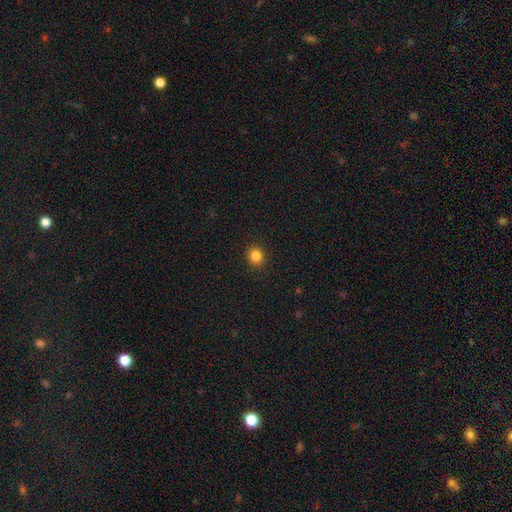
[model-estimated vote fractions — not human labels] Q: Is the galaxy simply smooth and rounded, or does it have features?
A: smooth — 85%.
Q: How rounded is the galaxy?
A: round — 81%.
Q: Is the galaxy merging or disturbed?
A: none — 92%.